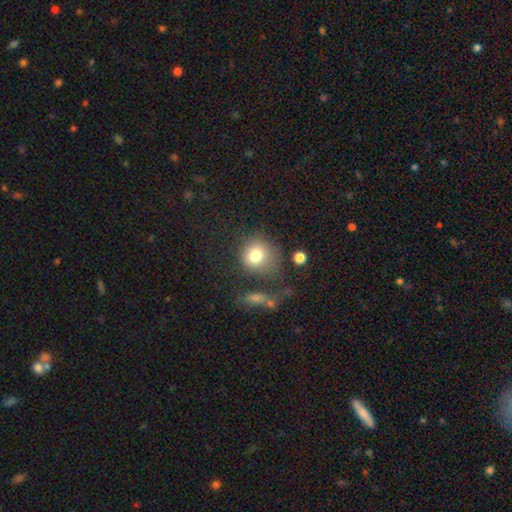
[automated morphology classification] This is likely a smooth galaxy (79%). How rounded: clearly round (84%). Merging: possibly none (58%).